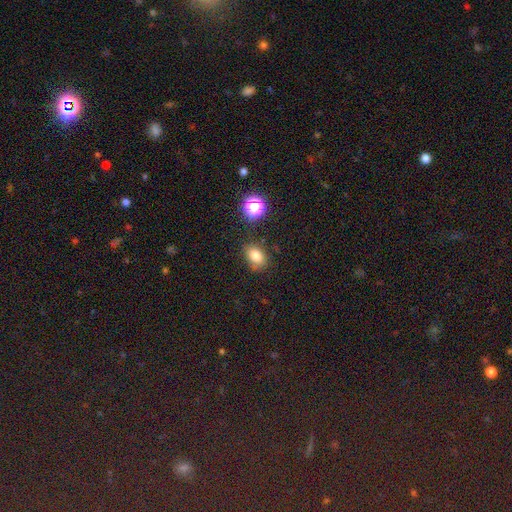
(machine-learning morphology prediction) A smooth galaxy with no disk features (79%) that is in between round and cigar-shaped (77%).

Vote fractions:
- Smooth or featured? smooth: 79% / star or artifact: 14% / featured or disk: 7%
- How rounded? in between: 77% / round: 22% / cigar-shaped: 1%
- Merging? none: 75% / minor disturbance: 17% / major disturbance: 4% / merger: 4%